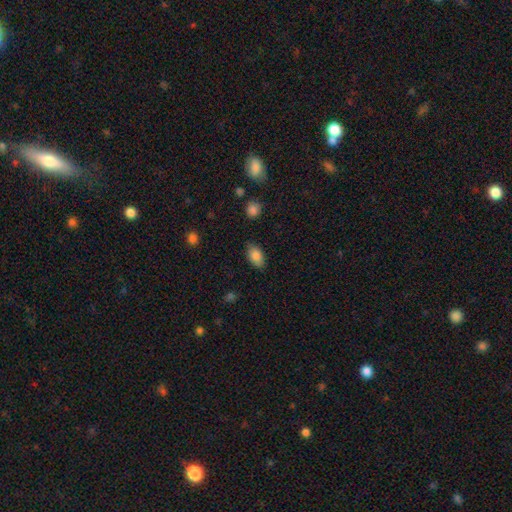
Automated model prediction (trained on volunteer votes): Overall: smooth (84%). How rounded: in between (91%). Merging: none (82%).